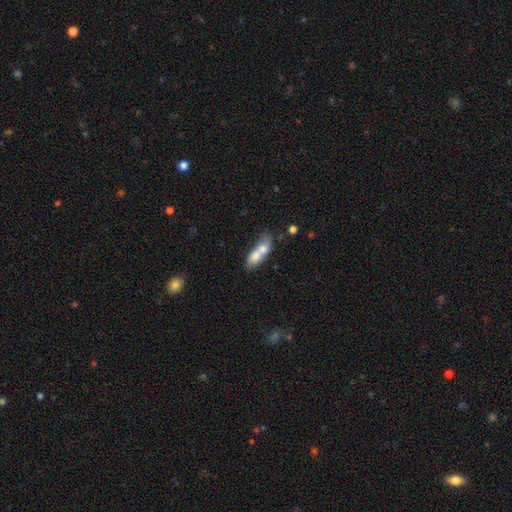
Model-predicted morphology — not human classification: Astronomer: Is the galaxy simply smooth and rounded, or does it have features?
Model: smooth — 66%.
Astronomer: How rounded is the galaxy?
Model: in between — 68%.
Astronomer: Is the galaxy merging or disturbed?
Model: merger — 71%.